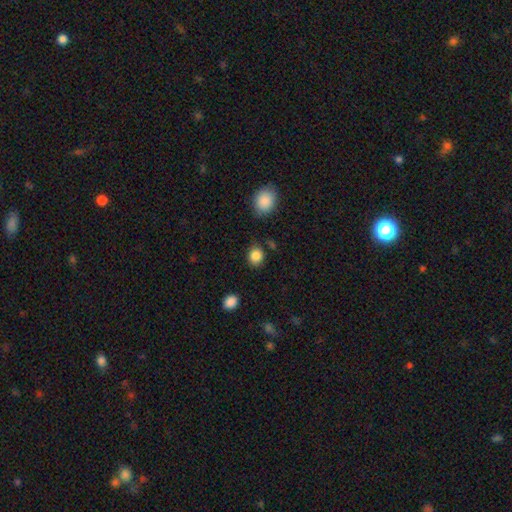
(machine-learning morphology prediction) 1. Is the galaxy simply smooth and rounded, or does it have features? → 86% smooth, 9% star or artifact, 4% featured or disk.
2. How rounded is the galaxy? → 72% round, 27% in between, 1% cigar-shaped.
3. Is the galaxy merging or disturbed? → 80% none, 13% minor disturbance, 3% major disturbance, 3% merger.